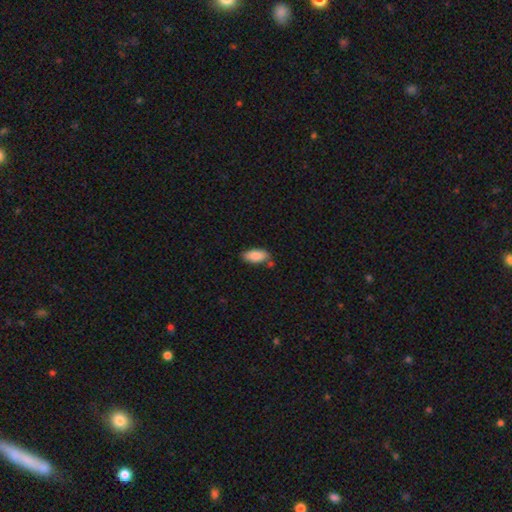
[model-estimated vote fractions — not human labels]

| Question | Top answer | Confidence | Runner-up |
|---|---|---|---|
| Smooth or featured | smooth | 87% | star or artifact (6%) |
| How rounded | in between | 88% | cigar-shaped (10%) |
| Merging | none | 68% | minor disturbance (19%) |